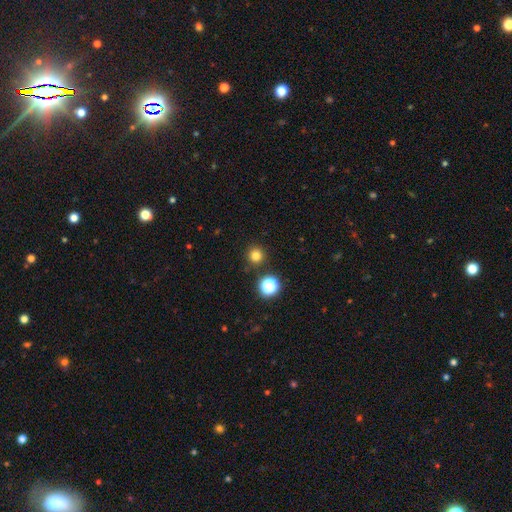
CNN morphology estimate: The model was most divided on "smooth or featured": smooth: 79%, star or artifact: 17%, featured or disk: 5%. More confident: how rounded — round (95%); merging — none (89%).